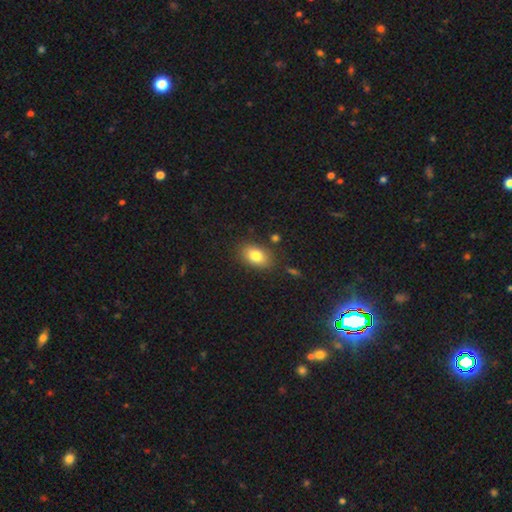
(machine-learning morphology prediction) smooth 82%, featured or disk 10%, star or artifact 8%. Down the decision tree: how rounded — in between (86%); merging — none (82%).